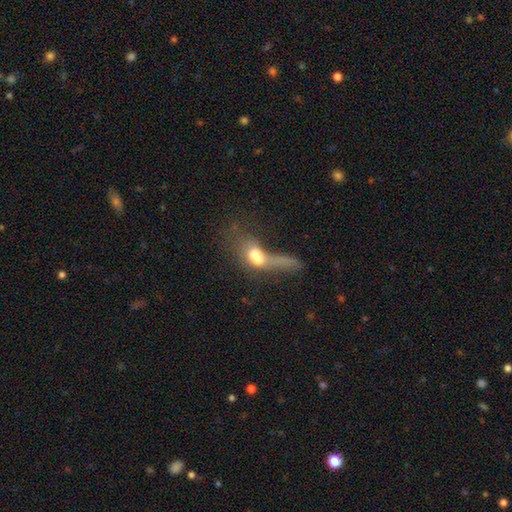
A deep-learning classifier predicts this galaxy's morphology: This appears to be a smooth galaxy with no disk features (61%) that is in between round and cigar-shaped (73%). Merging: major disturbance (45%).